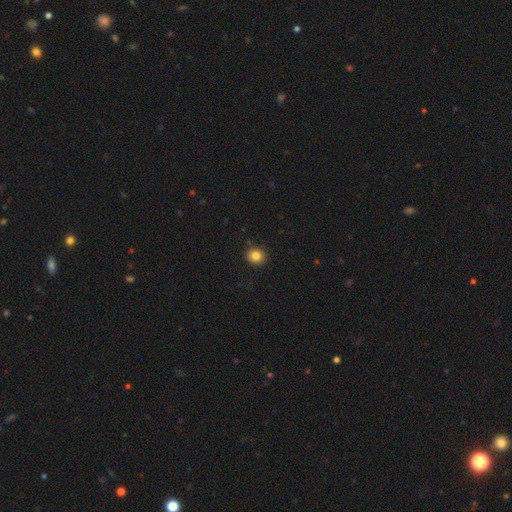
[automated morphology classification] A smooth galaxy with no disk features (83%) that is round (79%).

Vote fractions:
- Smooth or featured? smooth: 83% / star or artifact: 11% / featured or disk: 6%
- How rounded? round: 79% / in between: 20% / cigar-shaped: 1%
- Merging? none: 89% / minor disturbance: 8% / major disturbance: 2% / merger: 1%